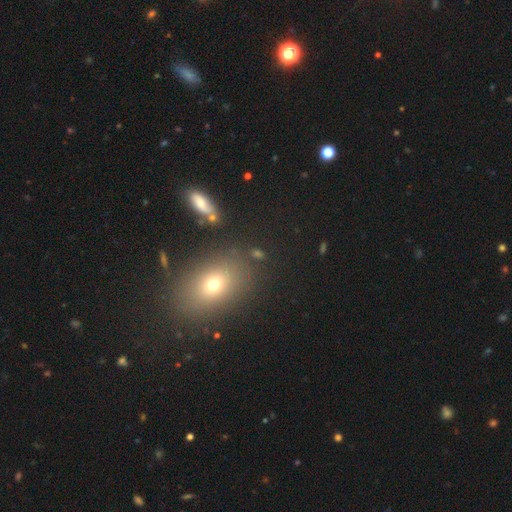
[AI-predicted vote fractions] Q: Smooth or featured?
A: smooth (57%); runner-up: star or artifact (27%)
Q: How rounded?
A: in between (58%); runner-up: round (37%)
Q: Merging?
A: none (79%); runner-up: minor disturbance (10%)